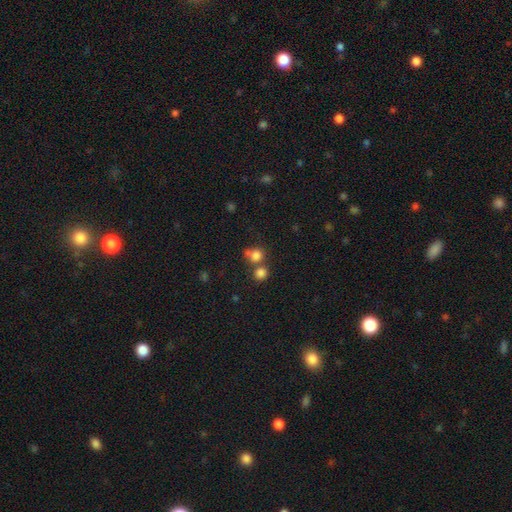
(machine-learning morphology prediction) This appears to be a smooth galaxy with no disk features (79%) that is round (82%). Merging: none (49%).